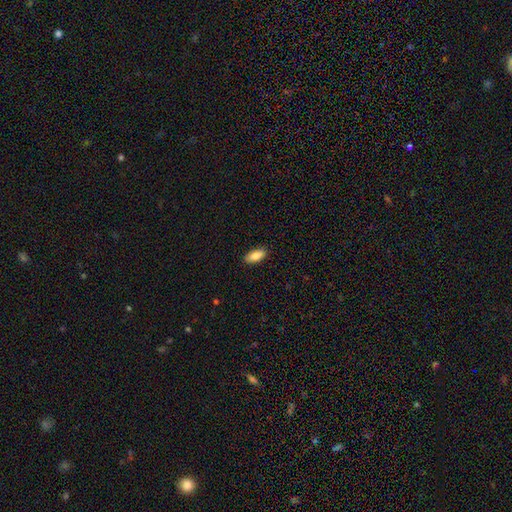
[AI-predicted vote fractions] Smooth or featured? Predicted: smooth (p=0.84). How rounded? Predicted: in between (p=0.80). Merging? Predicted: none (p=0.89).